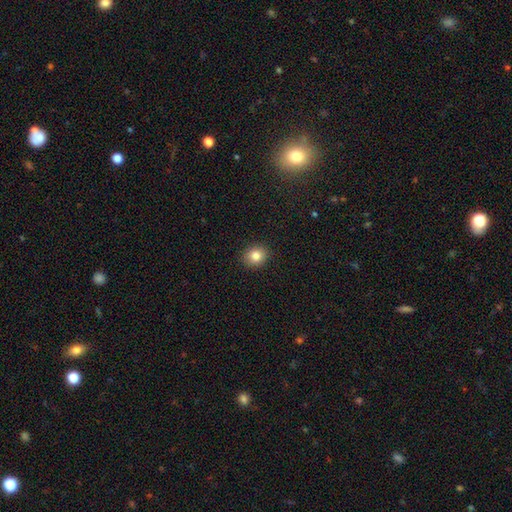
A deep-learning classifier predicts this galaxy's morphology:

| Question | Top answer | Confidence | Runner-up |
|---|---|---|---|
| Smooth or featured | smooth | 83% | star or artifact (11%) |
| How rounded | round | 74% | in between (25%) |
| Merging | none | 91% | minor disturbance (6%) |